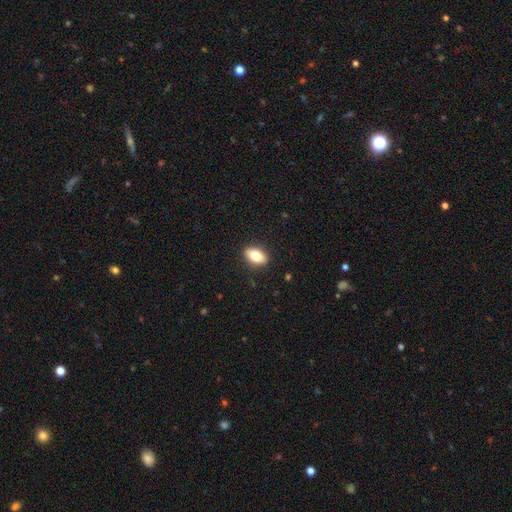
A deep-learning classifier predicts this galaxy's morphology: This appears to be a smooth galaxy with no disk features (77%) that is in between round and cigar-shaped (88%). Merging: none (89%).